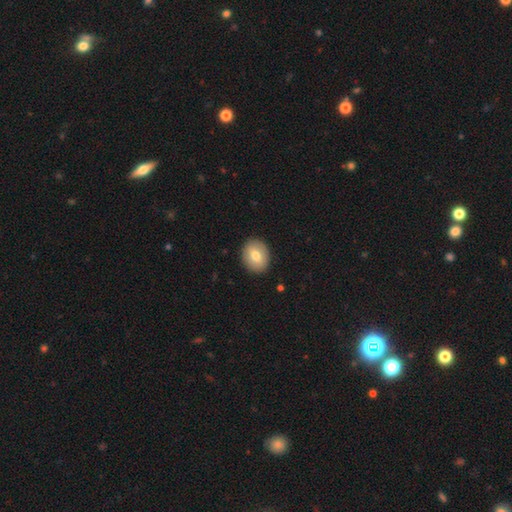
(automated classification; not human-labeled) Smooth or featured: smooth — 74% (featured or disk — 19%)
How rounded: round — 50% (in between — 49%)
Merging: none — 89% (minor disturbance — 8%)